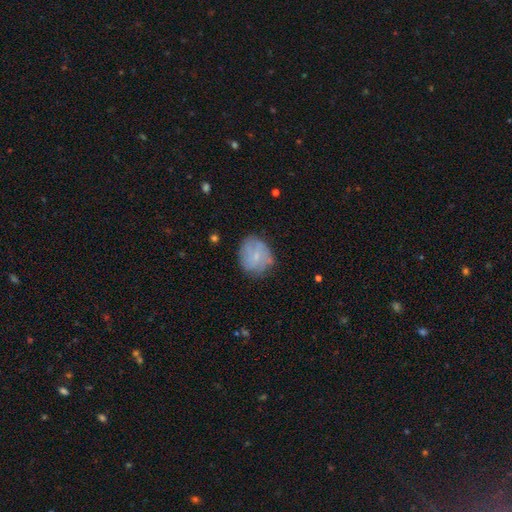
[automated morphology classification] smooth 56%, featured or disk 36%, star or artifact 8%. Down the decision tree: how rounded — round (77%); merging — none (69%).